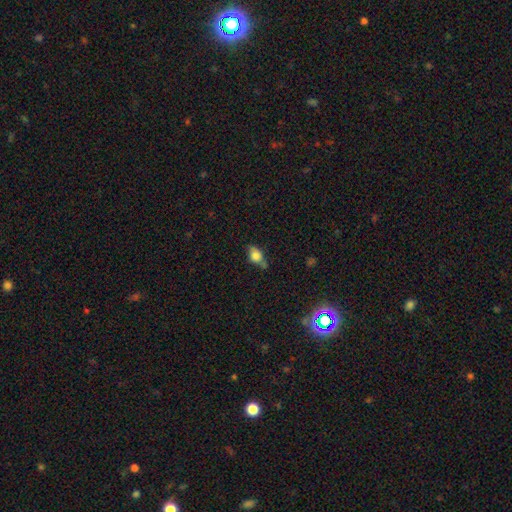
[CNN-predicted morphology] This appears to be a smooth galaxy with no disk features (72%) that is in between round and cigar-shaped (72%). Merging: none (51%).